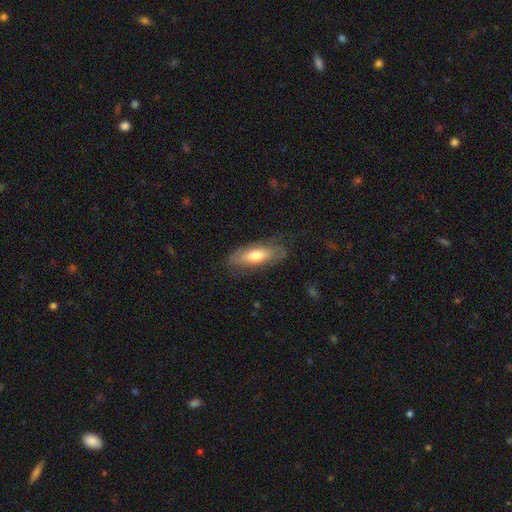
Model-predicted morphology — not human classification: This is likely a smooth galaxy (62%). How rounded: likely in between (64%). Merging: likely none (74%).